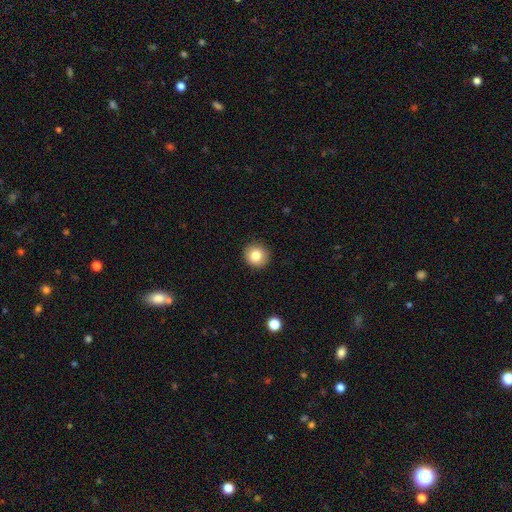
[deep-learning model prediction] smooth 83%, star or artifact 10%, featured or disk 7%. Down the decision tree: how rounded — round (92%); merging — none (92%).